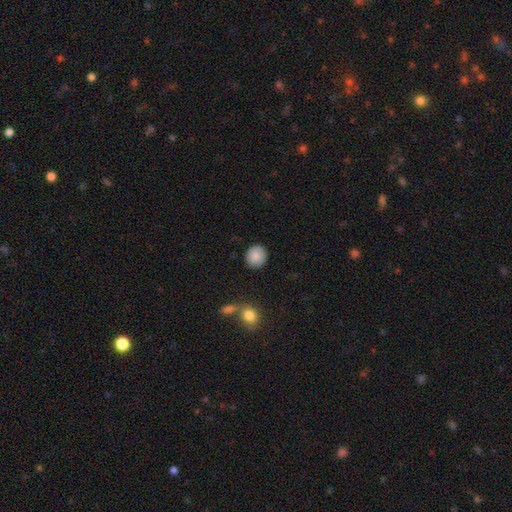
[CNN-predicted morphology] A smooth galaxy with no disk features (88%) that is round (86%).

Vote fractions:
- Smooth or featured? smooth: 88% / star or artifact: 7% / featured or disk: 5%
- How rounded? round: 86% / in between: 13% / cigar-shaped: 1%
- Merging? none: 89% / minor disturbance: 7% / major disturbance: 2% / merger: 2%